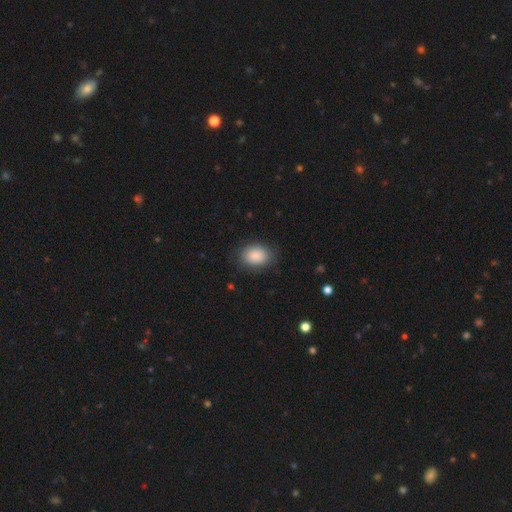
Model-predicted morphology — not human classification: Q: Smooth or featured?
A: smooth (88%); runner-up: star or artifact (7%)
Q: How rounded?
A: in between (69%); runner-up: round (30%)
Q: Merging?
A: none (82%); runner-up: minor disturbance (13%)